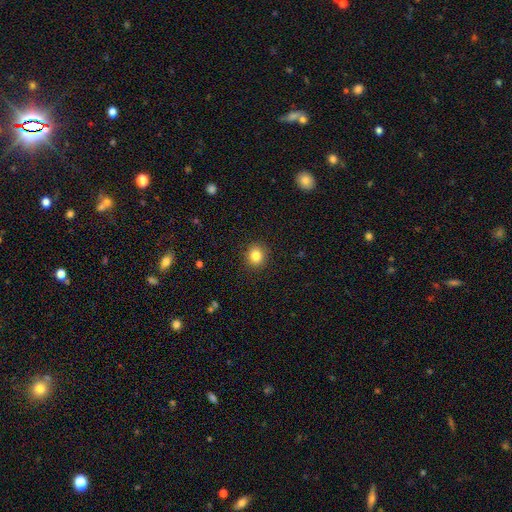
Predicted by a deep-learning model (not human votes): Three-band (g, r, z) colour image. It shows a smooth galaxy with no disk features (83%) that is round (81%). Merging: none (91%).